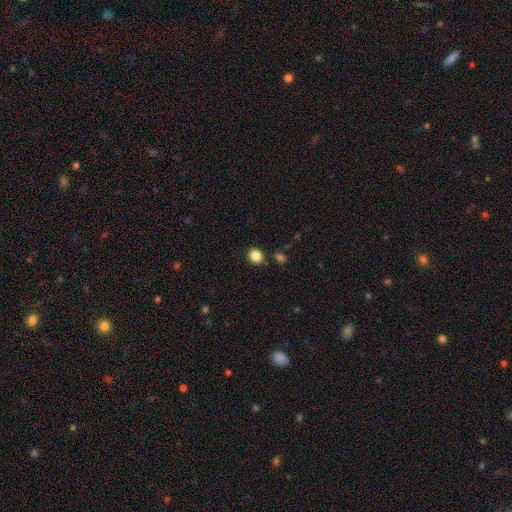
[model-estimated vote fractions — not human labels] Smooth or featured? smooth (85%)
How rounded? round (79%)
Merging? none (85%)